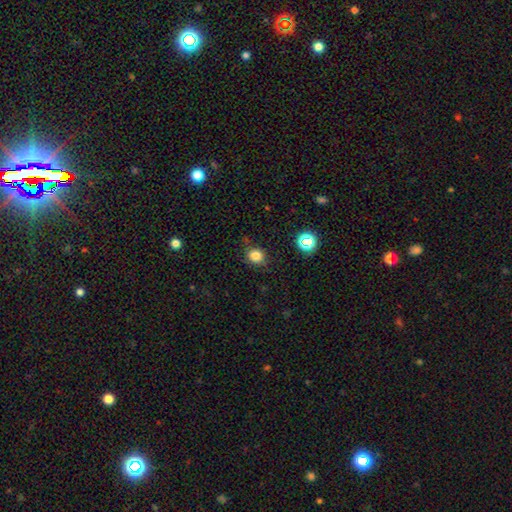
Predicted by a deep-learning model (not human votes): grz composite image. It shows a smooth galaxy with no disk features (80%) that is round (80%). Merging: none (81%).